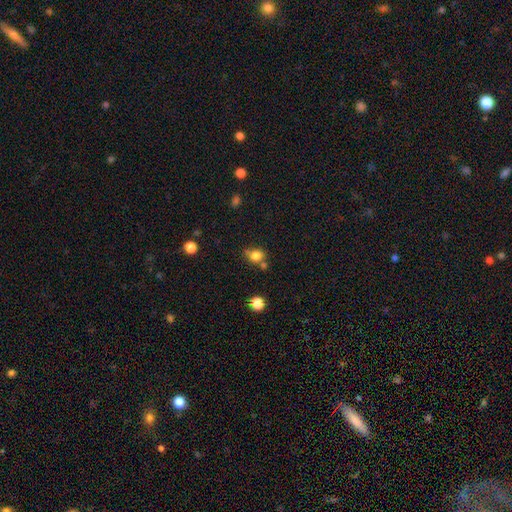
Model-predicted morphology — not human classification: Overall: smooth (81%). How rounded: round (65%; in between 34%). Merging: none (58%; merger 20%).